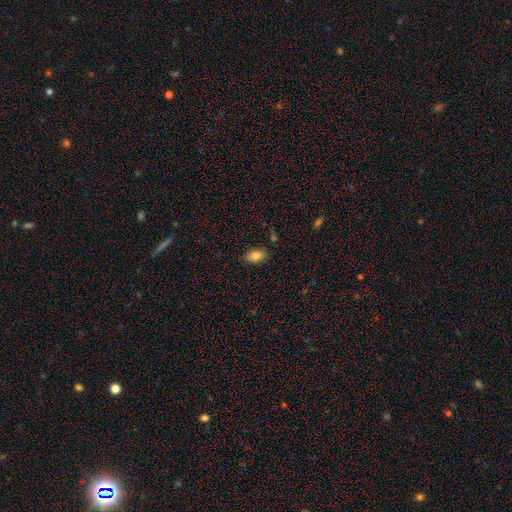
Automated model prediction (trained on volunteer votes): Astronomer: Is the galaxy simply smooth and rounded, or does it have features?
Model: smooth — 84%.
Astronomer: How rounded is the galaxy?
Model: in between — 89%.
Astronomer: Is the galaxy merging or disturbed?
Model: none — 84%.